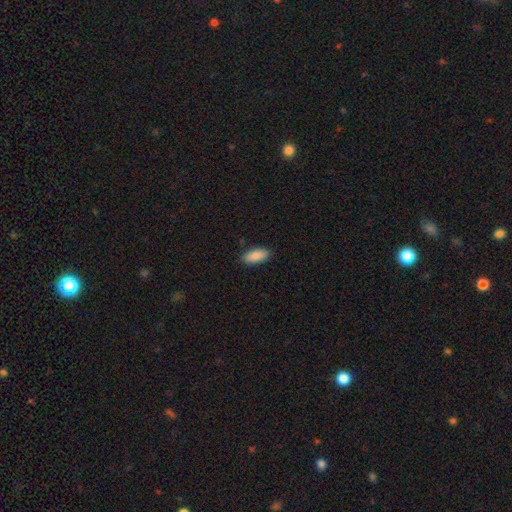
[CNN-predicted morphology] This is clearly a smooth galaxy (89%). How rounded: clearly in between (86%). Merging: clearly none (88%).